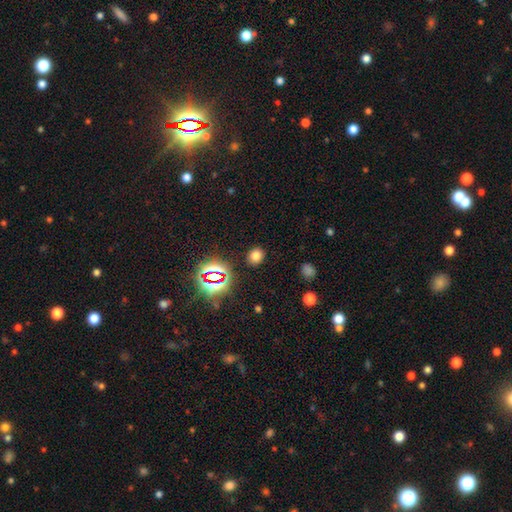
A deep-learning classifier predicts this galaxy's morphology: Q: Smooth or featured?
A: smooth (71%); runner-up: star or artifact (23%)
Q: How rounded?
A: round (72%); runner-up: in between (27%)
Q: Merging?
A: none (88%); runner-up: minor disturbance (7%)